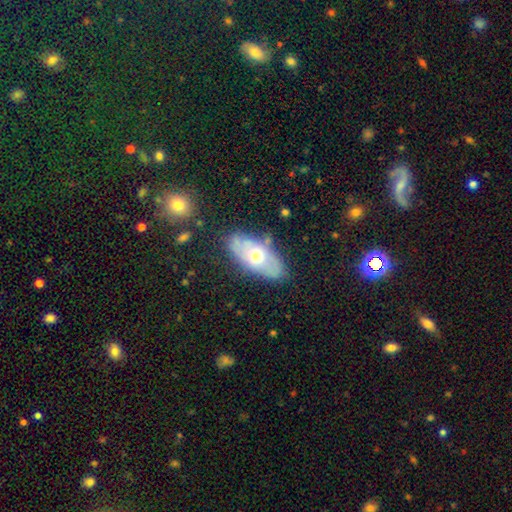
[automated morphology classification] Smooth or featured? Predicted: featured or disk (p=0.47). Merging? Predicted: none (p=0.74).